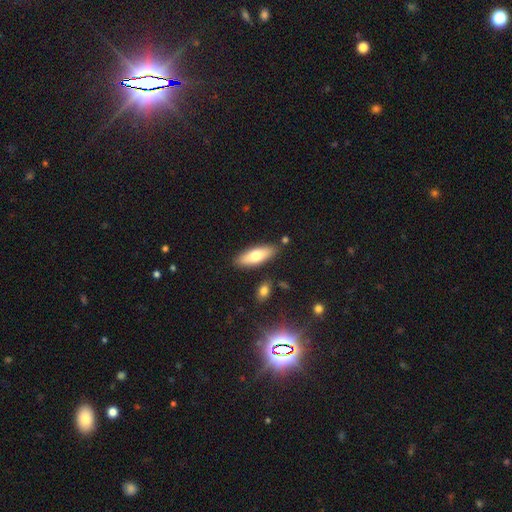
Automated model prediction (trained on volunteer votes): Morphology: type=smooth (70%); roundness=in between (60%); merging=none (85%).